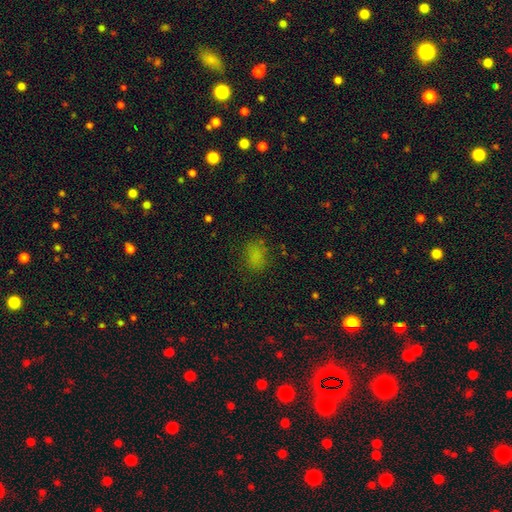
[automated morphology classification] A smooth galaxy with no disk features (76%) that is in between round and cigar-shaped (70%).

Vote fractions:
- Smooth or featured? smooth: 76% / star or artifact: 18% / featured or disk: 6%
- How rounded? in between: 70% / round: 28% / cigar-shaped: 2%
- Merging? none: 75% / minor disturbance: 16% / major disturbance: 7% / merger: 2%